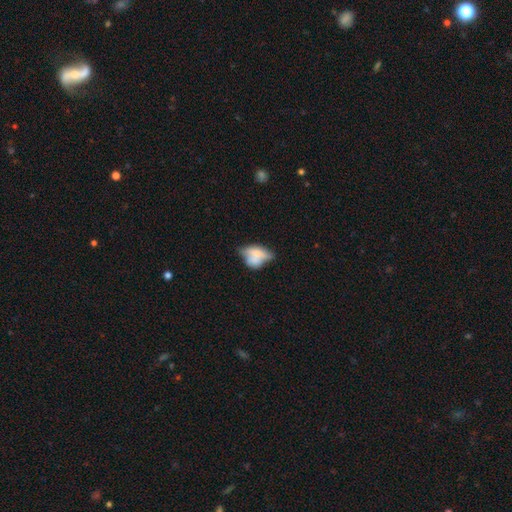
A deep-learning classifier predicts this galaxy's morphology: smooth-or-featured: smooth: 54% | featured or disk: 37% | star or artifact: 10%
  how-rounded: in between: 75% | round: 18% | cigar-shaped: 7%
  merging: none: 35% | merger: 25% | minor disturbance: 24% | major disturbance: 16%